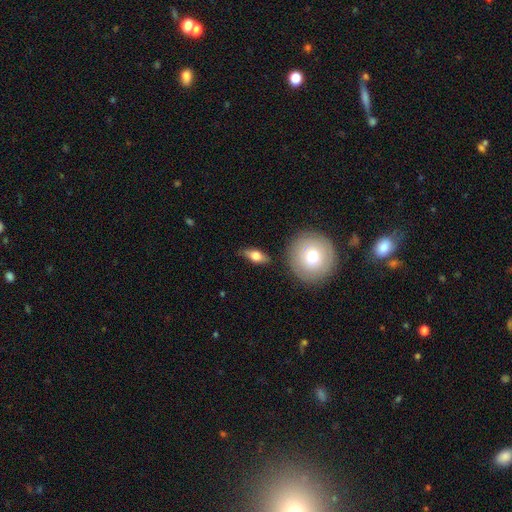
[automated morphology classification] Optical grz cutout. It shows a smooth galaxy with no disk features (59%) that is in between round and cigar-shaped (71%). Merging: none (81%).